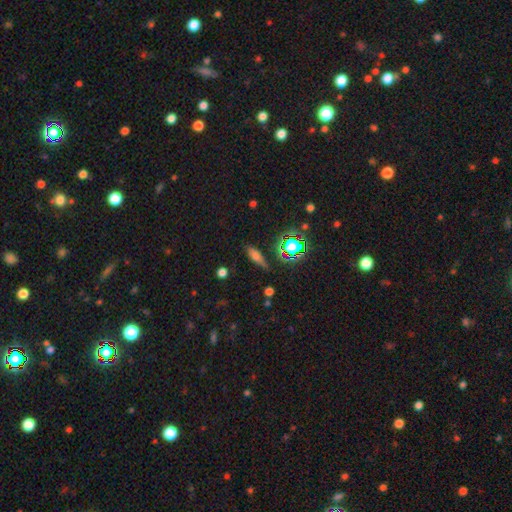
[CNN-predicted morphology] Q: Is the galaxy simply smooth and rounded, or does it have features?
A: smooth — 58%.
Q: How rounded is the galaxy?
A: cigar-shaped — 50%.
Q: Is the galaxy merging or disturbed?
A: none — 75%.